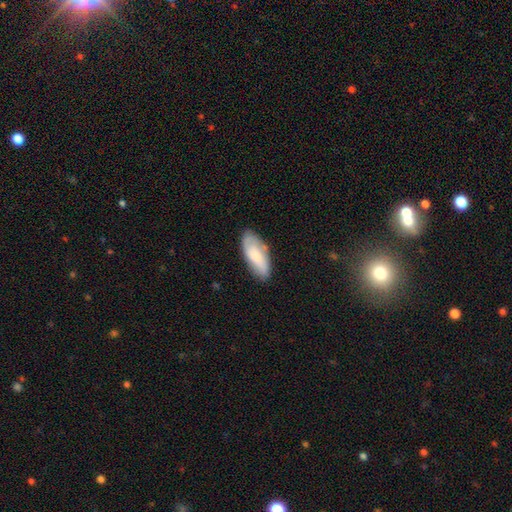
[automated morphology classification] Smooth or featured? Predicted: smooth (p=0.69). How rounded? Predicted: in between (p=0.81). Merging? Predicted: none (p=0.74).